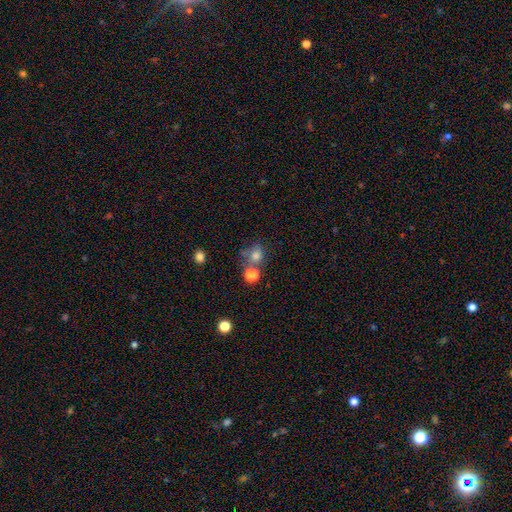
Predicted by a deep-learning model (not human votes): Q: Smooth or featured?
A: smooth (73%); runner-up: star or artifact (17%)
Q: How rounded?
A: round (76%); runner-up: in between (23%)
Q: Merging?
A: none (53%); runner-up: merger (24%)